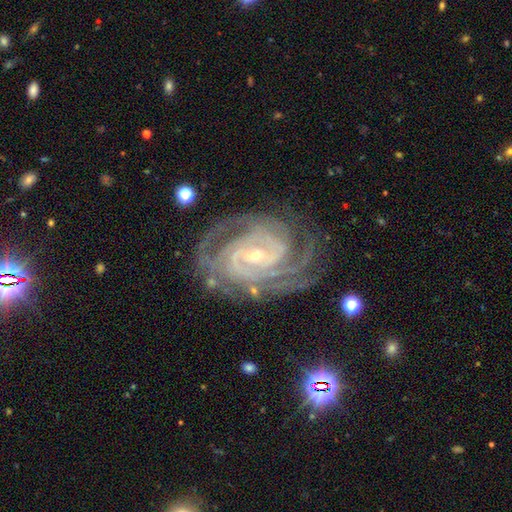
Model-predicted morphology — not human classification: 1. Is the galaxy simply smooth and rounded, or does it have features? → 93% featured or disk, 5% star or artifact, 3% smooth.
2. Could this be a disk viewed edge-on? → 97% no, 3% yes.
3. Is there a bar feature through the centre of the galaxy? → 43% weak, 30% strong, 27% no.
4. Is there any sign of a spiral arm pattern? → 99% yes, 1% no.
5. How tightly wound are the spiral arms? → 74% tight, 23% medium, 3% loose.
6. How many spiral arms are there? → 26% 4, 25% 3, 18% 2, 15% can't tell, 9% more than 4, 7% 1.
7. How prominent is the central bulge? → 71% small, 25% moderate, 1% large, 1% none, 1% dominant.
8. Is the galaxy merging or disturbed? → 75% none, 16% minor disturbance, 7% major disturbance, 2% merger.